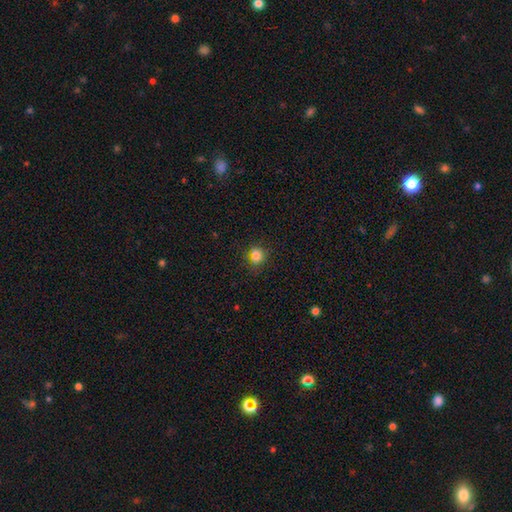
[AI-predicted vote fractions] Smooth or featured: smooth — 80% (star or artifact — 15%)
How rounded: round — 72% (in between — 27%)
Merging: none — 73% (minor disturbance — 16%)